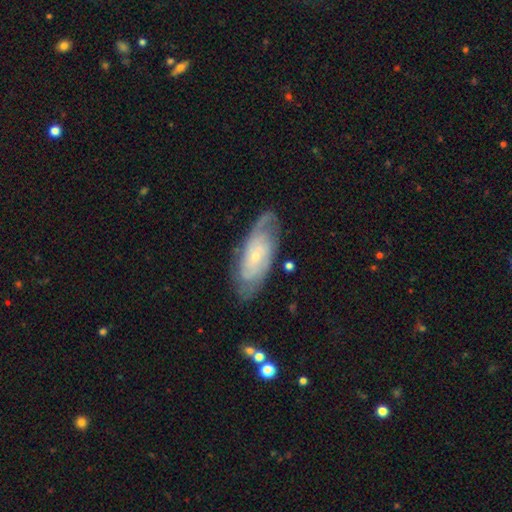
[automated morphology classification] smooth-or-featured: featured or disk: 77% | smooth: 17% | star or artifact: 6%
  disk-edge-on: no: 91% | yes: 9%
    bar: no: 69% | weak: 25% | strong: 6%
    has-spiral-arms: yes: 91% | no: 9%
      spiral-winding: tight: 57% | medium: 33% | loose: 10%
      spiral-arm-count: 2: 45% | can't tell: 35% | 3: 9% | 4: 4% | 1: 4% | more than 4: 3%
    bulge-size: small: 79% | moderate: 16% | none: 2% | large: 1% | dominant: 1%
  merging: none: 73% | minor disturbance: 18% | major disturbance: 7% | merger: 2%